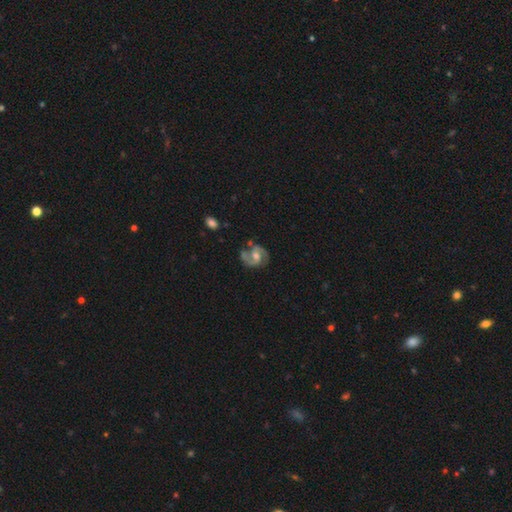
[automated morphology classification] Q: Smooth or featured?
A: featured or disk (85%); runner-up: smooth (9%)
Q: Edge-on disk?
A: no (98%); runner-up: yes (2%)
Q: Bar?
A: weak (47%); runner-up: no (37%)
Q: Spiral arms?
A: yes (96%); runner-up: no (4%)
Q: Spiral winding?
A: medium (58%); runner-up: tight (21%)
Q: Spiral arm count?
A: 2 (91%); runner-up: can't tell (3%)
Q: Bulge size?
A: moderate (64%); runner-up: small (25%)
Q: Merging?
A: none (70%); runner-up: minor disturbance (18%)